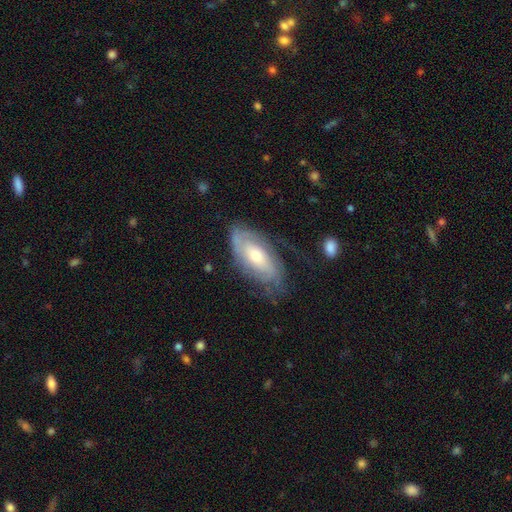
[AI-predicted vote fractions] Q: Smooth or featured?
A: featured or disk (73%); runner-up: smooth (22%)
Q: Edge-on disk?
A: no (91%); runner-up: yes (9%)
Q: Bar?
A: no (66%); runner-up: weak (27%)
Q: Spiral arms?
A: yes (87%); runner-up: no (13%)
Q: Spiral winding?
A: tight (58%); runner-up: medium (30%)
Q: Spiral arm count?
A: can't tell (42%); runner-up: 2 (37%)
Q: Bulge size?
A: moderate (57%); runner-up: small (35%)
Q: Merging?
A: none (62%); runner-up: minor disturbance (23%)